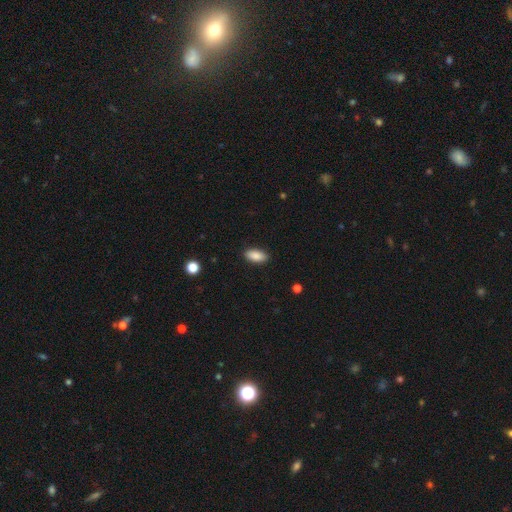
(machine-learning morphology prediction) This is clearly a smooth galaxy (88%). How rounded: clearly in between (89%). Merging: clearly none (89%).